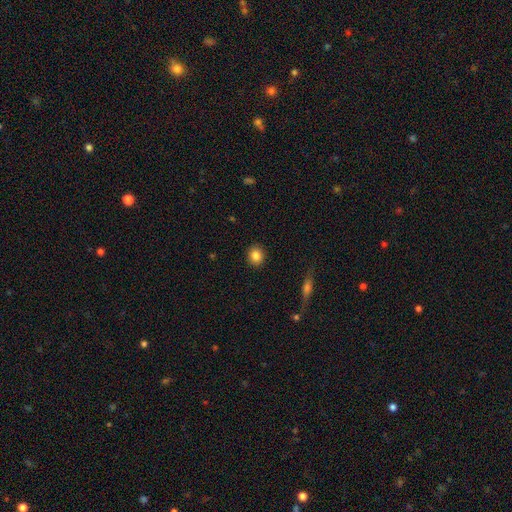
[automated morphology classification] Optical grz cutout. It shows a smooth galaxy with no disk features (85%) that is round (81%). Merging: none (91%).